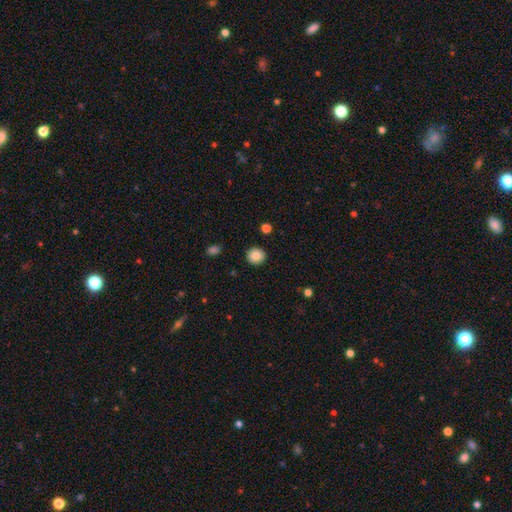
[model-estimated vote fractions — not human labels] The model was most divided on "smooth or featured": smooth: 85%, star or artifact: 9%, featured or disk: 6%. More confident: how rounded — round (92%); merging — none (91%).